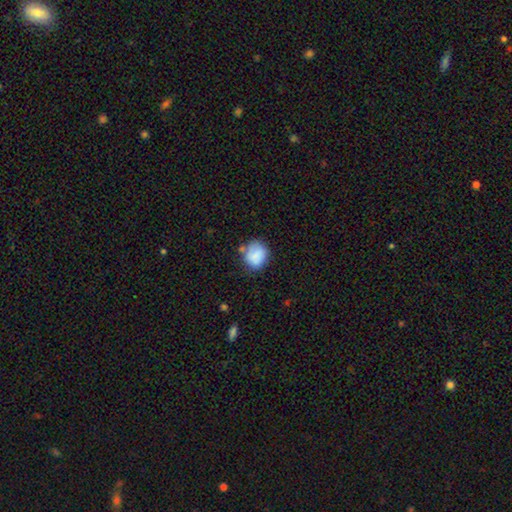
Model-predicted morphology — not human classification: The model was most divided on "merging": none: 62%, minor disturbance: 24%, merger: 7%, major disturbance: 7%. More confident: smooth or featured — smooth (83%); how rounded — round (69%).